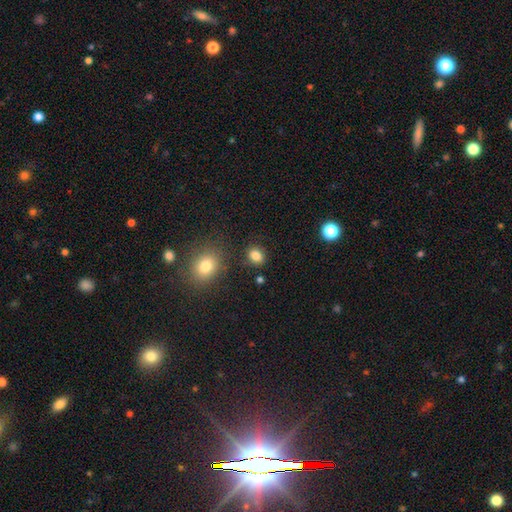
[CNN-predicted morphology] smooth-or-featured: smooth: 83% | star or artifact: 12% | featured or disk: 5%
  how-rounded: round: 51% | in between: 48% | cigar-shaped: 1%
  merging: none: 83% | minor disturbance: 10% | merger: 4% | major disturbance: 3%